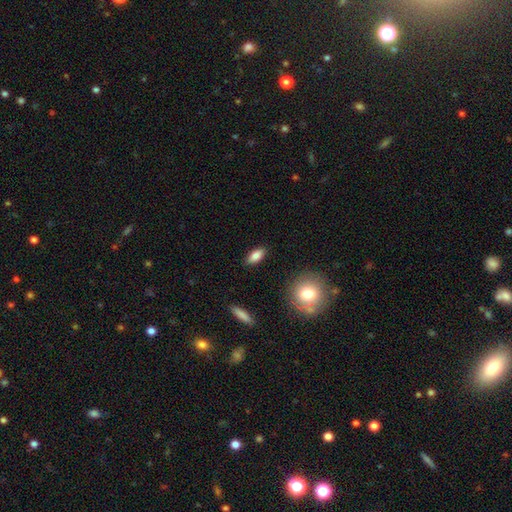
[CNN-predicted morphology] Overall: smooth (84%). How rounded: in between (84%). Merging: none (87%).